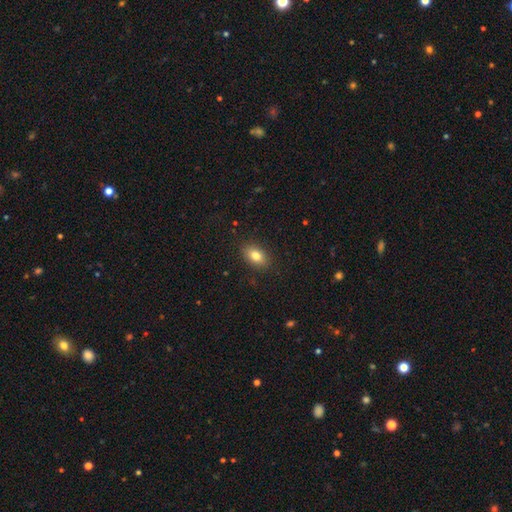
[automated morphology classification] This appears to be a smooth galaxy with no disk features (81%) that is in between round and cigar-shaped (86%). Merging: none (87%).